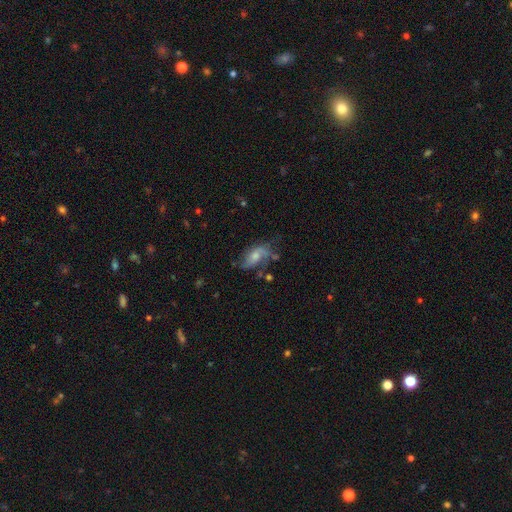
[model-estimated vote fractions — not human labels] smooth_or_featured: featured or disk (p=0.58) [alt: smooth p=0.33]
disk_edge_on: no (p=0.94) [alt: yes p=0.06]
bar: no (p=0.63) [alt: weak p=0.31]
has_spiral_arms: yes (p=0.79) [alt: no p=0.21]
bulge_size: moderate (p=0.49) [alt: small p=0.36]
merging: none (p=0.41) [alt: minor disturbance p=0.28]